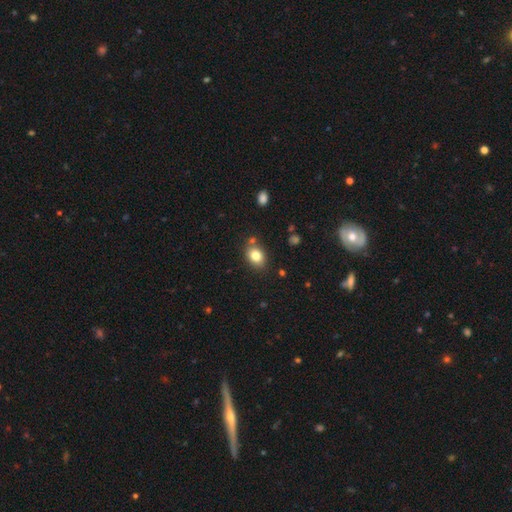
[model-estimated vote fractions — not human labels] Morphology: type=smooth (81%); roundness=in between (62%); merging=none (77%).